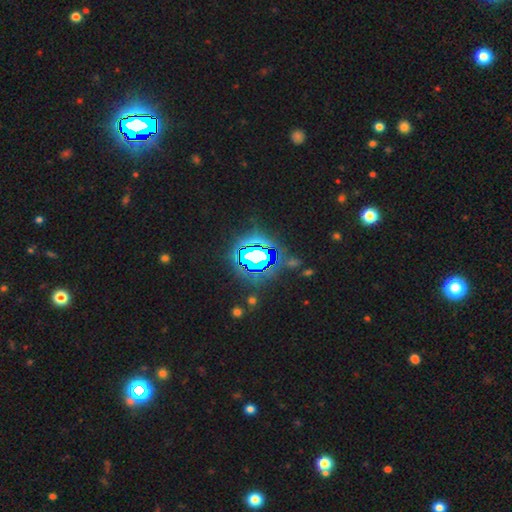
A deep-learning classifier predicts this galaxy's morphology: type=star or artifact (74%).